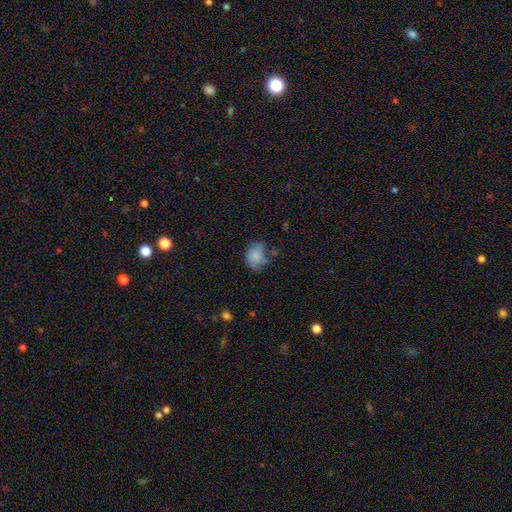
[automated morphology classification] Smooth or featured?
  - smooth: 74% *
  - featured or disk: 16%
  - star or artifact: 10%
How rounded?
  - in between: 53% *
  - round: 46%
  - cigar-shaped: 1%
Merging?
  - none: 47% *
  - minor disturbance: 31%
  - major disturbance: 19%
  - merger: 4%